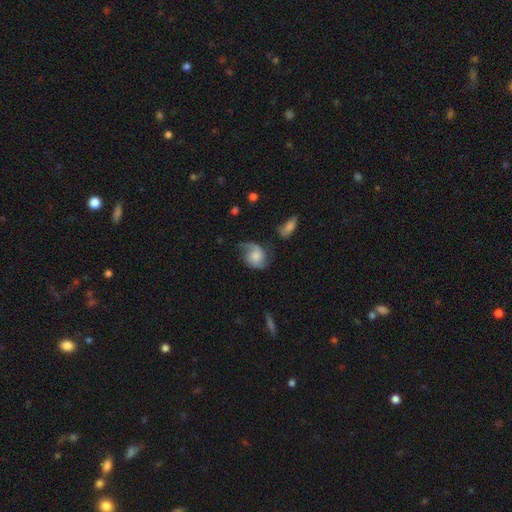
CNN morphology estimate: The model was most divided on "spiral winding": loose: 45%, medium: 38%, tight: 17%. Remaining: edge-on disk — no (97%); spiral arms — yes (91%); bar — no (68%); smooth or featured — featured or disk (62%); spiral arm count — 2 (60%); merging — none (47%); bulge size — moderate (42%).